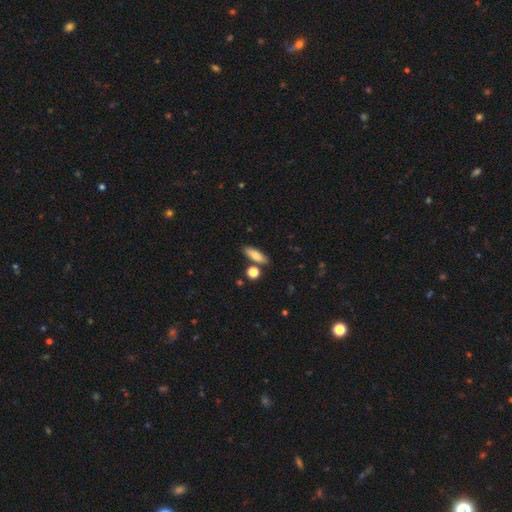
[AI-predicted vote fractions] Overall: smooth (80%). How rounded: in between (51%; cigar-shaped 44%). Merging: none (77%).